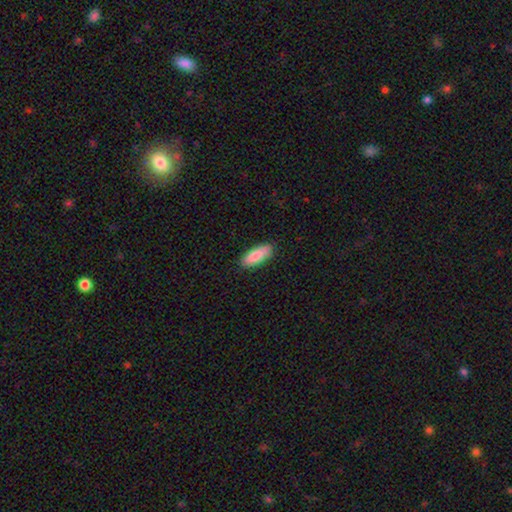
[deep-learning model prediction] A smooth galaxy with no disk features (87%) that is in between round and cigar-shaped (69%).

Vote fractions:
- Smooth or featured? smooth: 87% / featured or disk: 8% / star or artifact: 6%
- How rounded? in between: 69% / cigar-shaped: 29% / round: 2%
- Merging? none: 85% / minor disturbance: 12% / major disturbance: 2% / merger: 1%